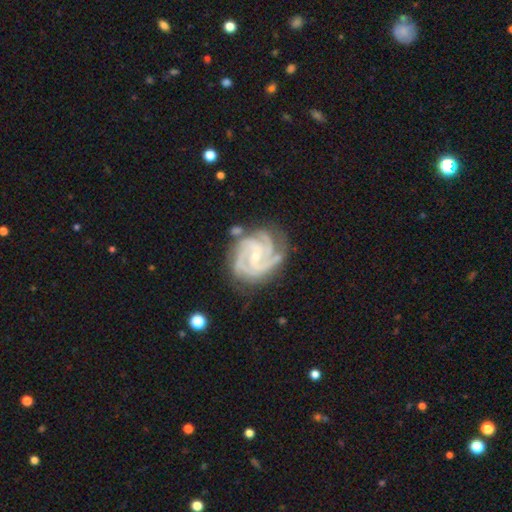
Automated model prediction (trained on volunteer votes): Smooth or featured? featured or disk (92%)
Edge-on disk? no (98%)
Bar? no (43%)
Spiral arms? yes (99%)
Spiral winding? tight (66%)
Spiral arm count? 3 (51%)
Bulge size? small (71%)
Merging? none (71%)